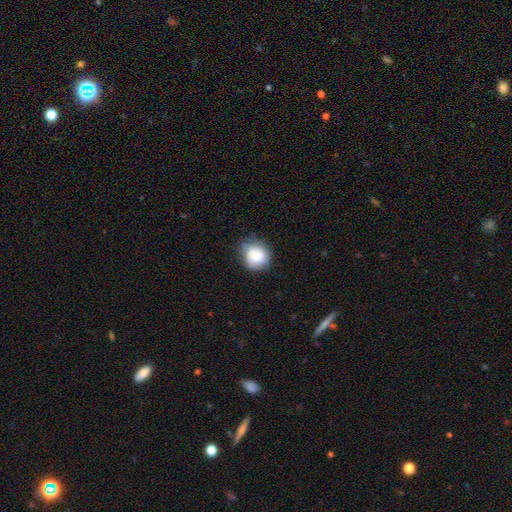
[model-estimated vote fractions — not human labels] A smooth galaxy with no disk features (67%) that is round (82%).

Vote fractions:
- Smooth or featured? smooth: 67% / featured or disk: 24% / star or artifact: 8%
- How rounded? round: 82% / in between: 17% / cigar-shaped: 1%
- Merging? none: 72% / minor disturbance: 21% / major disturbance: 5% / merger: 1%